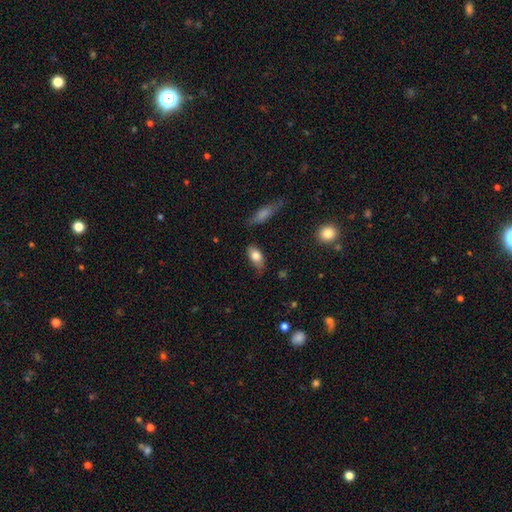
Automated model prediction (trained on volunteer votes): smooth_or_featured: smooth (p=0.78) [alt: featured or disk p=0.14]
how_rounded: in between (p=0.89) [alt: cigar-shaped p=0.06]
merging: none (p=0.71) [alt: minor disturbance p=0.22]